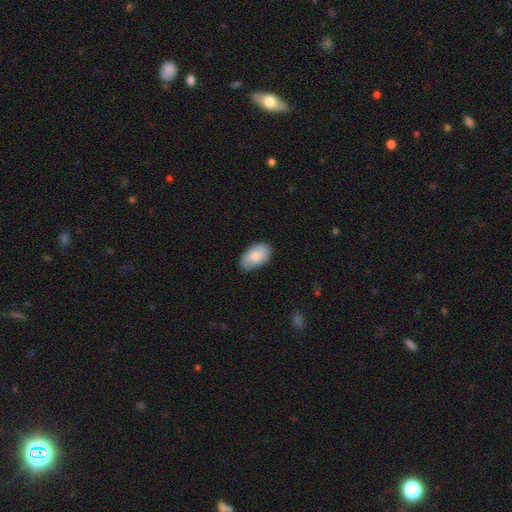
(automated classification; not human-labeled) Morphology: type=smooth (82%); roundness=in between (94%); merging=none (80%).